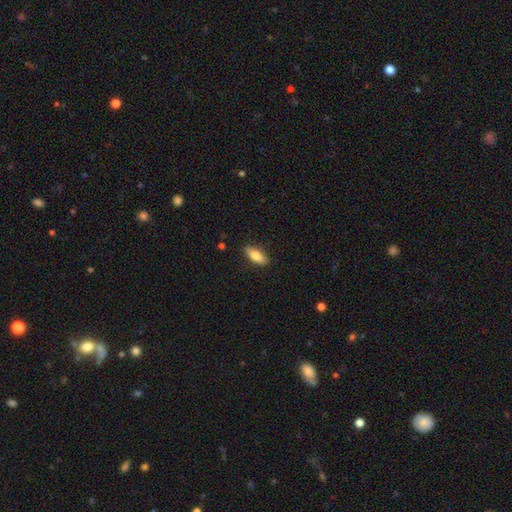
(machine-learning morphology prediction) The model was most divided on "how rounded": in between: 68%, cigar-shaped: 29%, round: 3%. More confident: merging — none (87%); smooth or featured — smooth (74%).